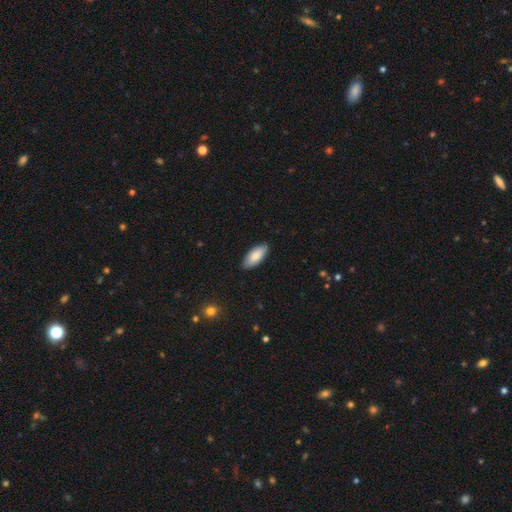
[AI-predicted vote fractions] Overall: smooth (83%). How rounded: in between (88%). Merging: none (88%).